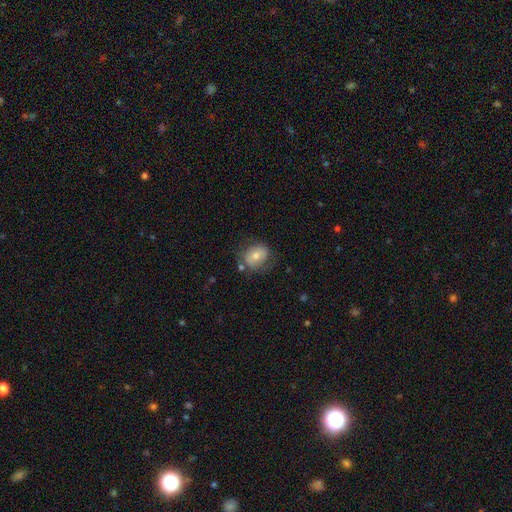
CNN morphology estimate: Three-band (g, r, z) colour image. It shows a smooth galaxy with no disk features (65%) that is round (50%). Merging: none (65%).